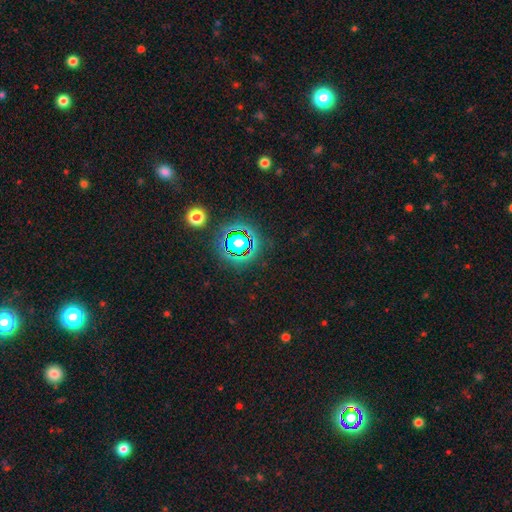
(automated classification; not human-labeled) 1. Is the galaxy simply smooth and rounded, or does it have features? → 77% star or artifact, 15% smooth, 7% featured or disk.